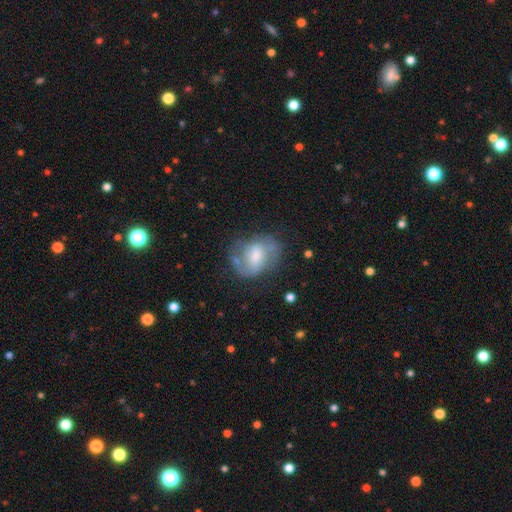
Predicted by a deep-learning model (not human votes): This appears to be a featured or disk galaxy (55%) with a weak bar (44%), spiral arms (67%) and a moderate central bulge (48%). Merging: none (51%).